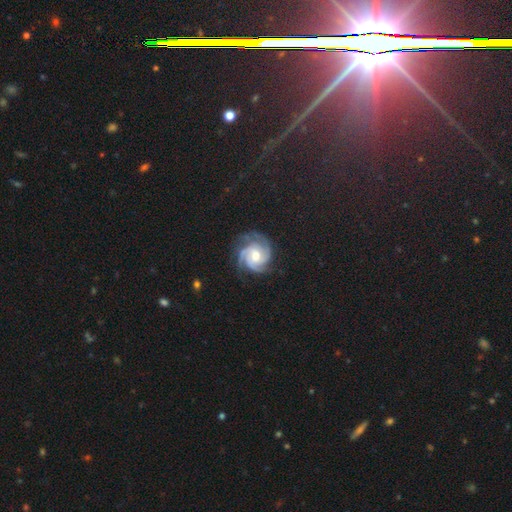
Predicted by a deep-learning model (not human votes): A featured or disk galaxy (89%) with no bar (66%), 3 (53%) tight (66%) spiral arms (99%) and a moderate central bulge (68%). Merging: none (78%).